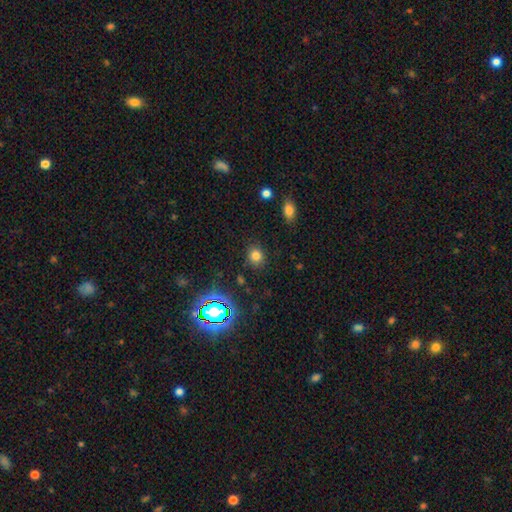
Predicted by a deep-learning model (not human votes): The model was most divided on "how rounded": round: 76%, in between: 23%, cigar-shaped: 1%. More confident: merging — none (86%); smooth or featured — smooth (78%).